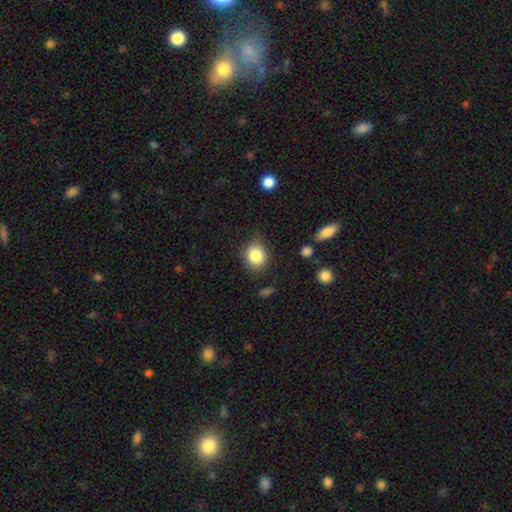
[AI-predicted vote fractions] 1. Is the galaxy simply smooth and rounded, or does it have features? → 84% smooth, 10% star or artifact, 7% featured or disk.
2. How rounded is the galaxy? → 63% round, 36% in between, 1% cigar-shaped.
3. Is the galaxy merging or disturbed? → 80% none, 14% minor disturbance, 4% major disturbance, 2% merger.